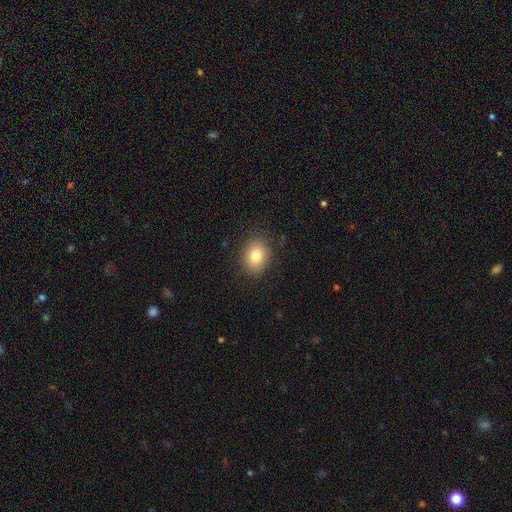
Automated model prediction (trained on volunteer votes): Smooth or featured? Predicted: smooth (p=0.81). How rounded? Predicted: in between (p=0.51). Merging? Predicted: none (p=0.87).